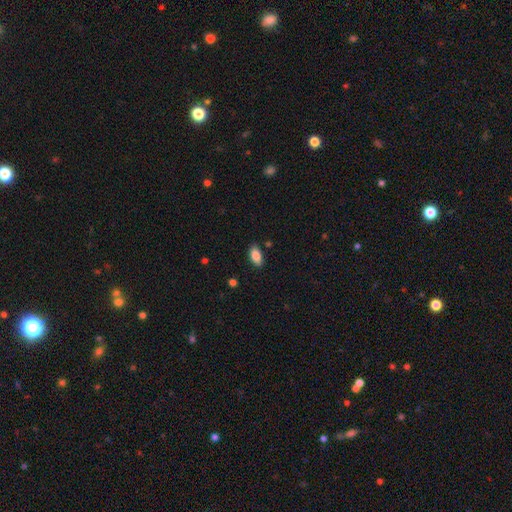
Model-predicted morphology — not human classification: Smooth or featured? smooth (87%)
How rounded? in between (92%)
Merging? none (86%)